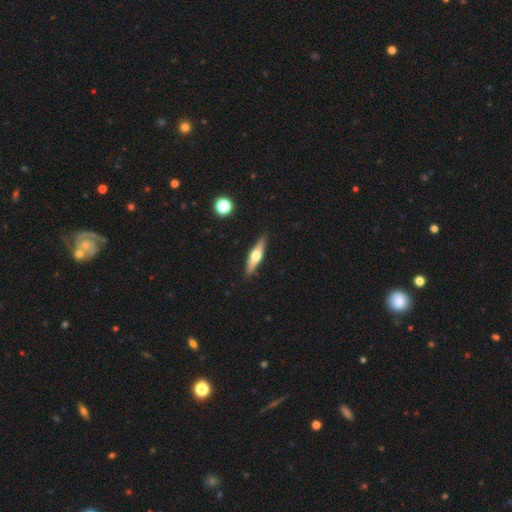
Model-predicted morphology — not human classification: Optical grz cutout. It shows a featured or disk galaxy (53%) viewed edge-on (93%). Merging: none (88%).